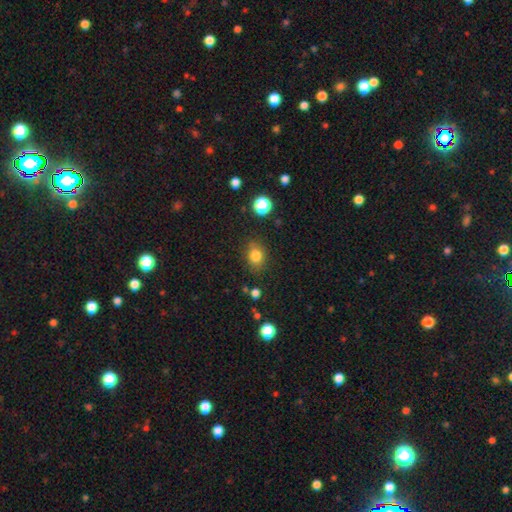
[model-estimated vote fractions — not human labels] Smooth or featured?
  - smooth: 80% *
  - star or artifact: 13%
  - featured or disk: 7%
How rounded?
  - in between: 56% *
  - round: 42%
  - cigar-shaped: 1%
Merging?
  - none: 80% *
  - minor disturbance: 14%
  - major disturbance: 4%
  - merger: 2%